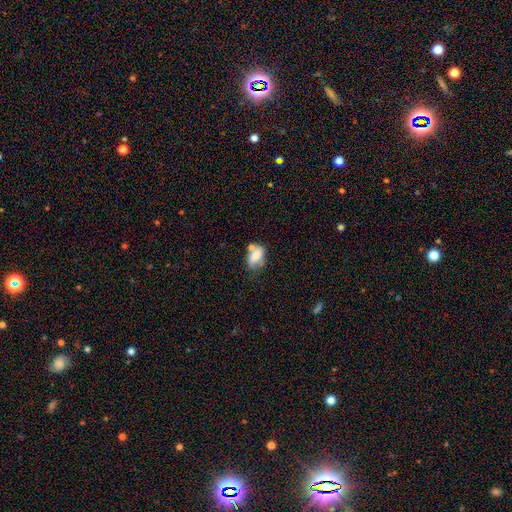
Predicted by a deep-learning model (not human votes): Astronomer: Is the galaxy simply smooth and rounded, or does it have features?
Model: smooth — 73%.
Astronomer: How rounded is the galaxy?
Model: in between — 86%.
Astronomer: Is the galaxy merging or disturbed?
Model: none — 38% (runner-up: merger, 27%).